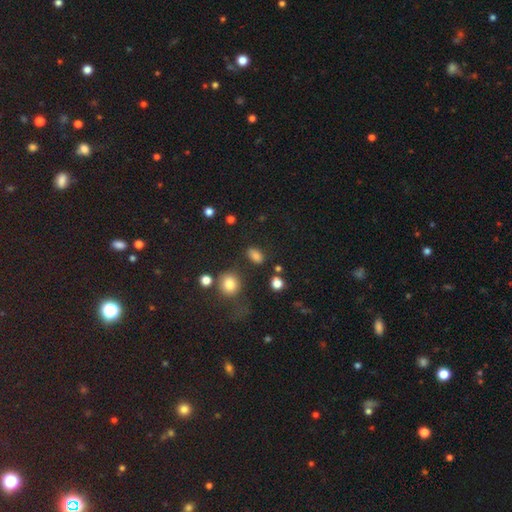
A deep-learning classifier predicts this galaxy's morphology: type=smooth (80%); roundness=in between (81%); merging=none (76%).